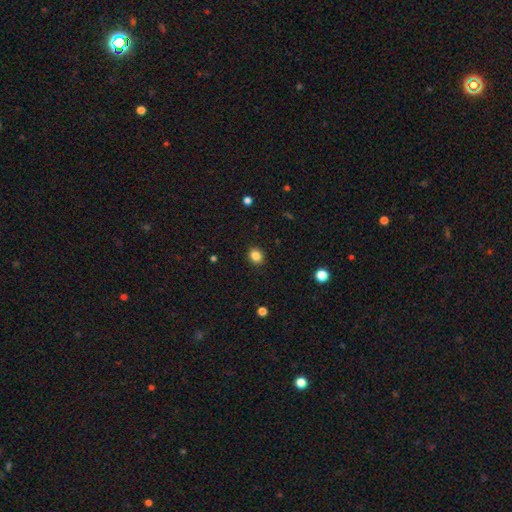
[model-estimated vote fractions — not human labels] The model was most divided on "how rounded": round: 72%, in between: 27%, cigar-shaped: 1%. More confident: merging — none (91%); smooth or featured — smooth (84%).